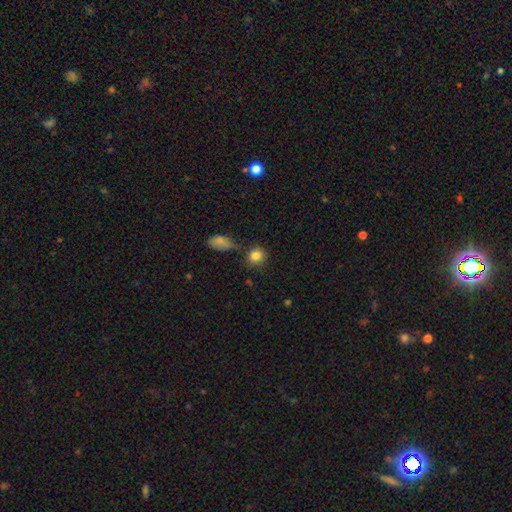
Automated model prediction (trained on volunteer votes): Q: Smooth or featured?
A: smooth (84%); runner-up: star or artifact (10%)
Q: How rounded?
A: round (84%); runner-up: in between (14%)
Q: Merging?
A: none (70%); runner-up: minor disturbance (14%)